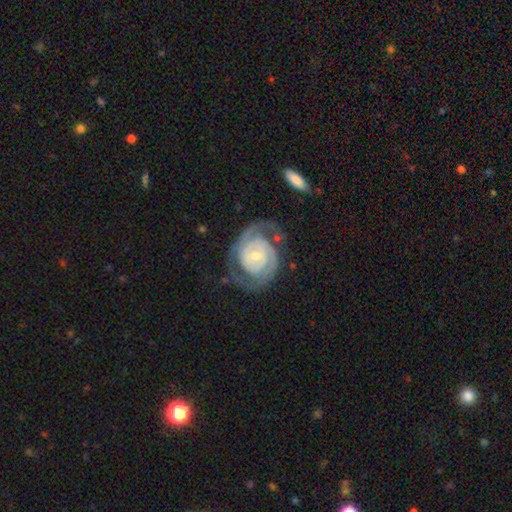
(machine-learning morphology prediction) A featured or disk galaxy (90%) with no bar (54%), 2 (81%) tight (70%) spiral arms (97%) and a small central bulge (57%). Merging: none (69%).